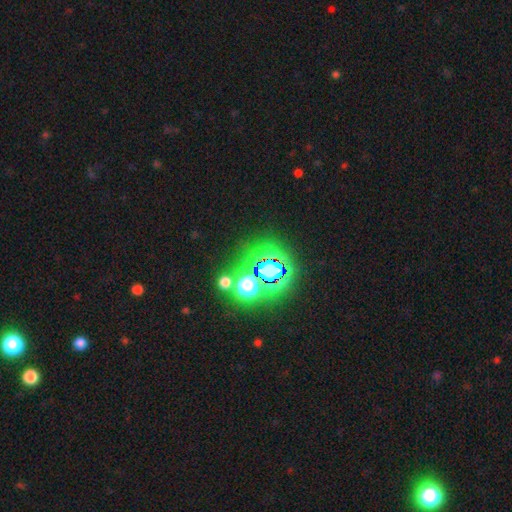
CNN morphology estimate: The model was most divided on "smooth or featured": star or artifact: 81%, smooth: 13%, featured or disk: 6%.